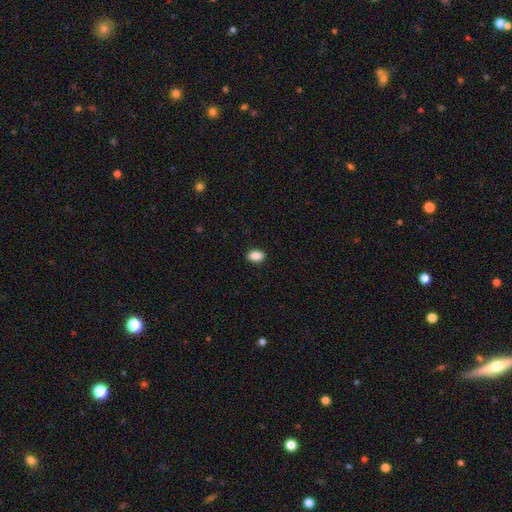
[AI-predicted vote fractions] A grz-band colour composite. It shows a smooth galaxy with no disk features (88%) that is in between round and cigar-shaped (86%). Merging: none (90%).